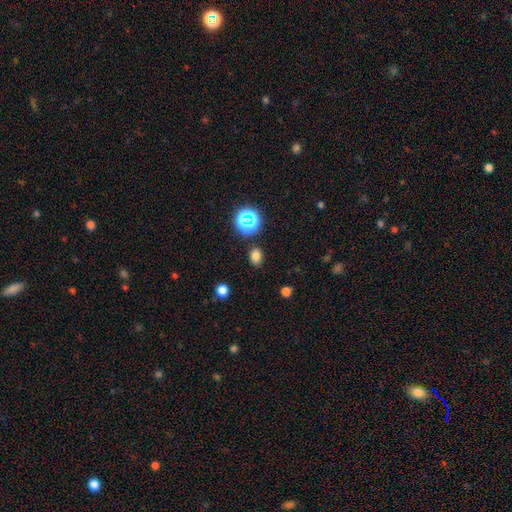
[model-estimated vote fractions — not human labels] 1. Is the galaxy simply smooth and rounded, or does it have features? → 76% smooth, 19% star or artifact, 6% featured or disk.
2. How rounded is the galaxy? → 63% in between, 36% round, 1% cigar-shaped.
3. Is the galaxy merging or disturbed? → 85% none, 10% minor disturbance, 3% major disturbance, 2% merger.